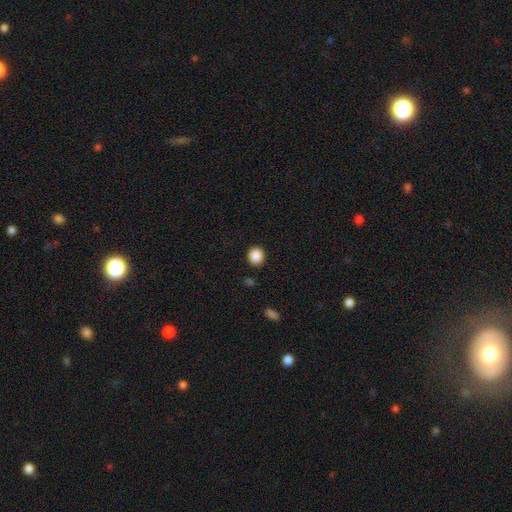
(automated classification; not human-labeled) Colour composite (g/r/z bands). It shows a smooth galaxy with no disk features (88%) that is round (79%). Merging: none (89%).